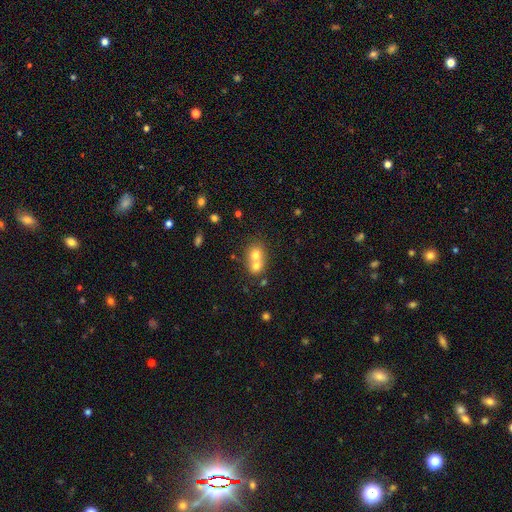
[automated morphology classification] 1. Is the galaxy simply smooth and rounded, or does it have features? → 71% smooth, 19% featured or disk, 10% star or artifact.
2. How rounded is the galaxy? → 68% round, 31% in between, 1% cigar-shaped.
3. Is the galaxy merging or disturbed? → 69% merger, 24% none, 5% minor disturbance, 2% major disturbance.